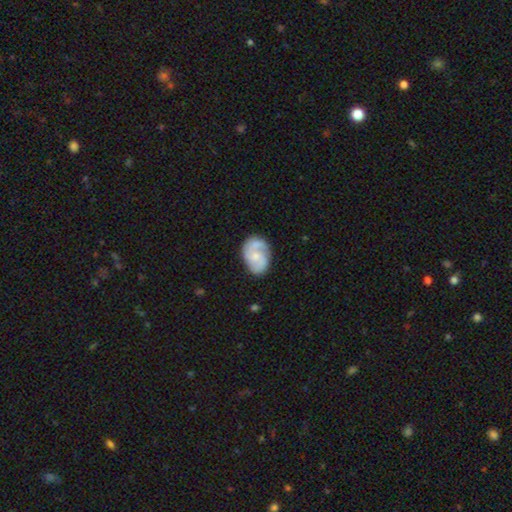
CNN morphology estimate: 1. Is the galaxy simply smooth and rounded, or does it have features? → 70% featured or disk, 25% smooth, 6% star or artifact.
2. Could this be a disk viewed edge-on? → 98% no, 2% yes.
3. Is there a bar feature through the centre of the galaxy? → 63% no, 32% weak, 5% strong.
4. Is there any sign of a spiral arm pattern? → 92% yes, 8% no.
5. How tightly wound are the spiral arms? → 47% medium, 30% tight, 22% loose.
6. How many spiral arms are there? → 74% 2, 10% can't tell, 7% 1, 6% 3, 1% 4, 1% more than 4.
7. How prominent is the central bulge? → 54% small, 29% moderate, 14% none, 2% large, 1% dominant.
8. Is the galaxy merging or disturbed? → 64% none, 22% minor disturbance, 9% major disturbance, 5% merger.